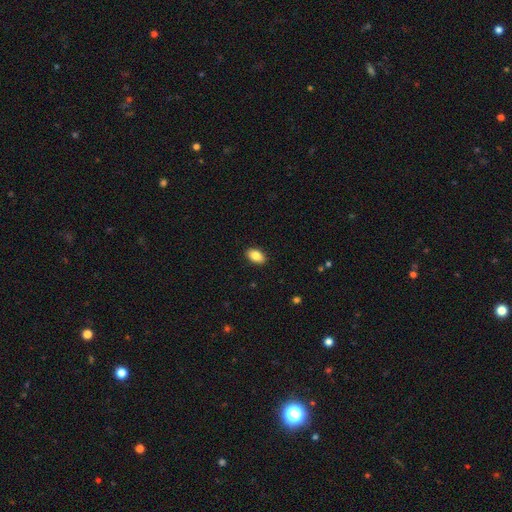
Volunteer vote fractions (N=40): This is likely a smooth galaxy (72%). How rounded: clearly in between (93%). Merging: clearly none (92%).